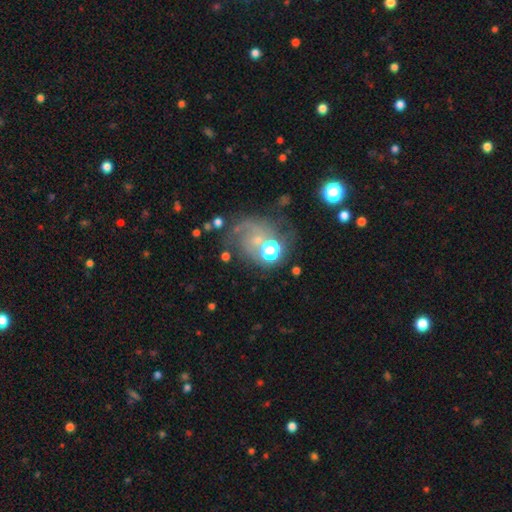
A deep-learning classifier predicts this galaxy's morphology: This is marginally a star or artifact rather than a galaxy (39%).